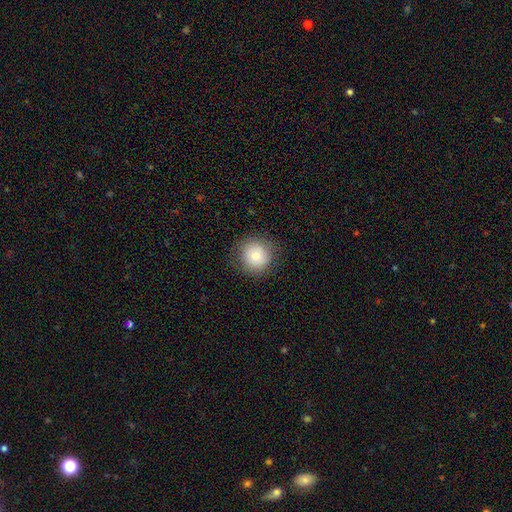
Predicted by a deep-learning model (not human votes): Smooth or featured? smooth (75%)
How rounded? round (94%)
Merging? none (85%)